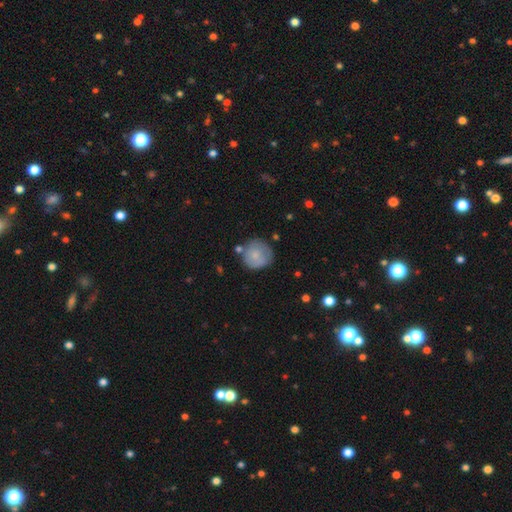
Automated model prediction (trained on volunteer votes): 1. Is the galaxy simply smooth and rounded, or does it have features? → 74% smooth, 19% featured or disk, 7% star or artifact.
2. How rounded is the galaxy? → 92% round, 7% in between, 1% cigar-shaped.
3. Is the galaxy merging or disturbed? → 66% none, 21% minor disturbance, 7% merger, 6% major disturbance.